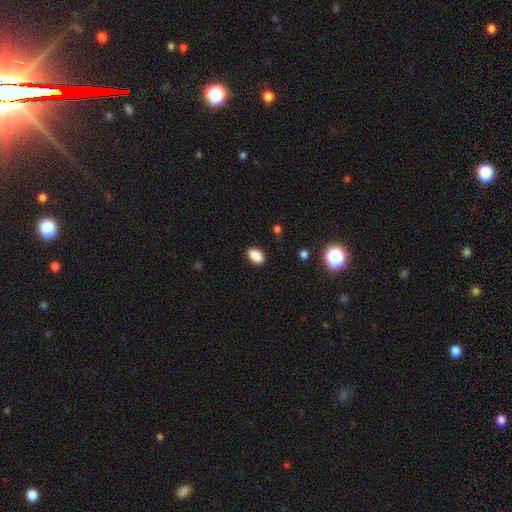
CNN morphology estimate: This is clearly a smooth galaxy (89%). How rounded: clearly in between (89%). Merging: clearly none (87%).